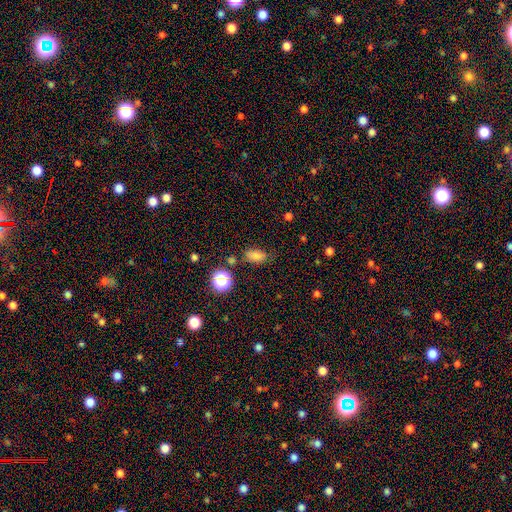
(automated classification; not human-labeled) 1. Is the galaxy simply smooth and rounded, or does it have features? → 77% smooth, 15% star or artifact, 7% featured or disk.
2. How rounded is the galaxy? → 84% in between, 11% round, 5% cigar-shaped.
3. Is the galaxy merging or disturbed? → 72% none, 18% minor disturbance, 5% major disturbance, 4% merger.